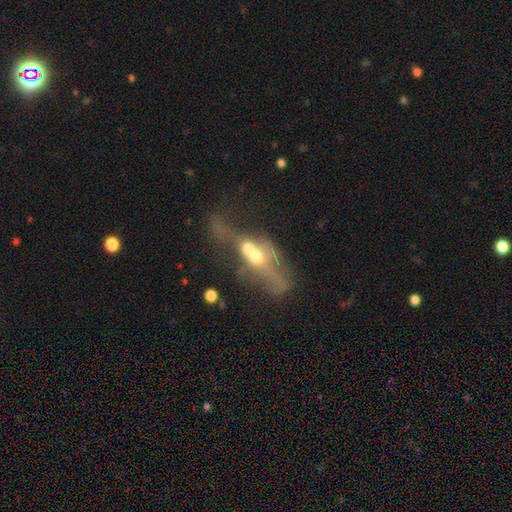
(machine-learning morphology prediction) The model was most divided on "smooth or featured": featured or disk: 49%, smooth: 38%, star or artifact: 12%. More confident: merging — merger (67%).